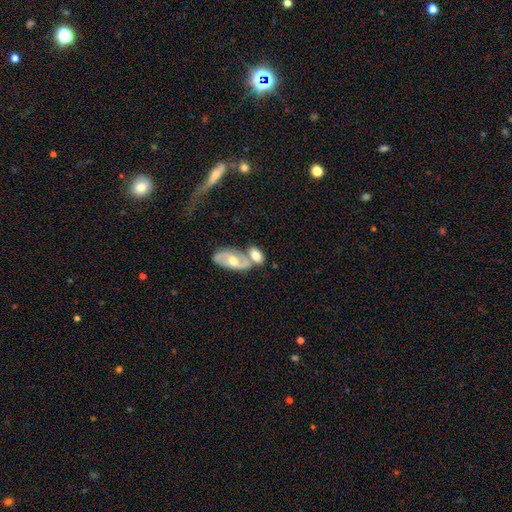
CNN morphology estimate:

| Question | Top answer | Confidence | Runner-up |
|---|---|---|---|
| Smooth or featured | smooth | 55% | featured or disk (39%) |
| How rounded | in between | 88% | round (7%) |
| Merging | merger | 52% | none (31%) |